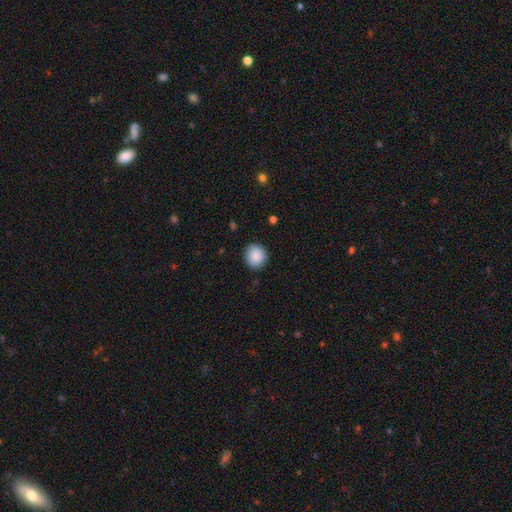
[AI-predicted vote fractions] This is clearly a smooth galaxy (89%). How rounded: clearly round (89%). Merging: clearly none (89%).